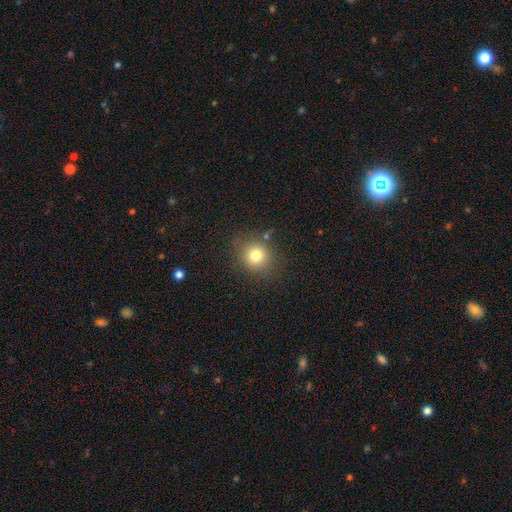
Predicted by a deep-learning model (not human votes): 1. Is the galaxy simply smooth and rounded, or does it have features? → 77% smooth, 13% star or artifact, 9% featured or disk.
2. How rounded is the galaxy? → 85% round, 14% in between, 1% cigar-shaped.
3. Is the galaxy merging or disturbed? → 82% none, 11% minor disturbance, 4% major disturbance, 3% merger.